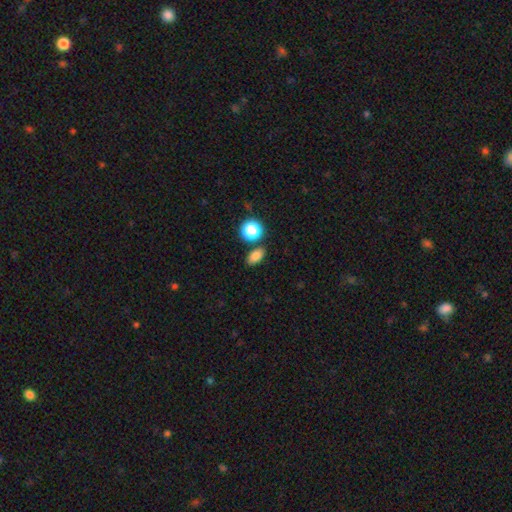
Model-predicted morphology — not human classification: A smooth galaxy with no disk features (80%) that is in between round and cigar-shaped (79%). Merging: none (80%).